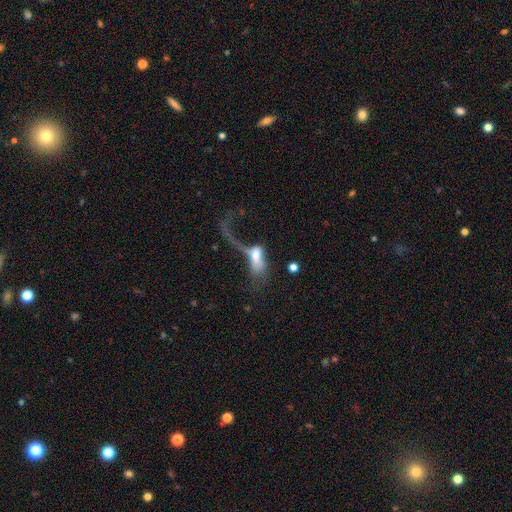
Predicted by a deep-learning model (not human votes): A smooth galaxy with no disk features (49%). Merging: major disturbance (64%).